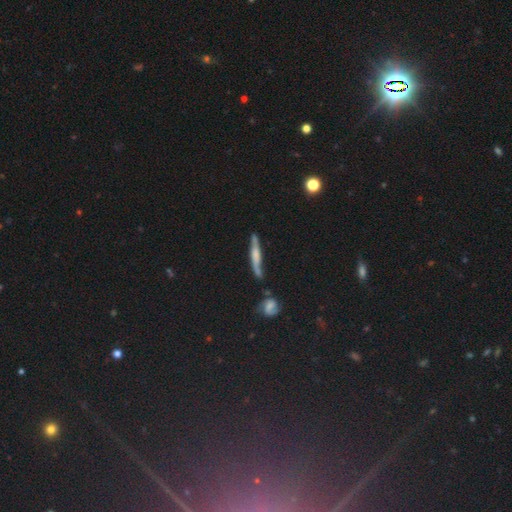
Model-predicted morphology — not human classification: smooth-or-featured: featured or disk: 58% | smooth: 35% | star or artifact: 7%
  disk-edge-on: yes: 84% | no: 16%
  merging: none: 64% | minor disturbance: 20% | merger: 10% | major disturbance: 6%